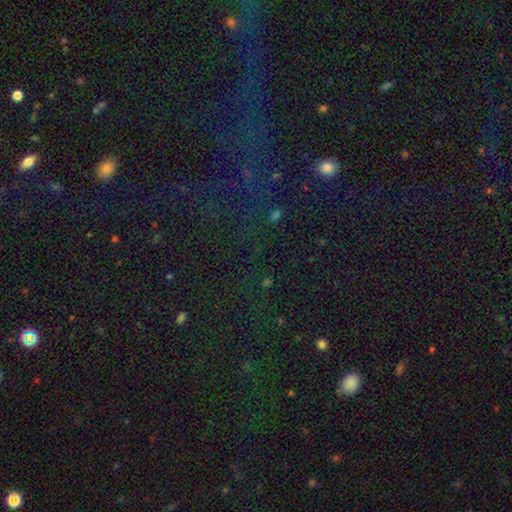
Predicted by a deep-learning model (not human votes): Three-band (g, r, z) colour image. It shows a star or artifact, not a galaxy (74%).